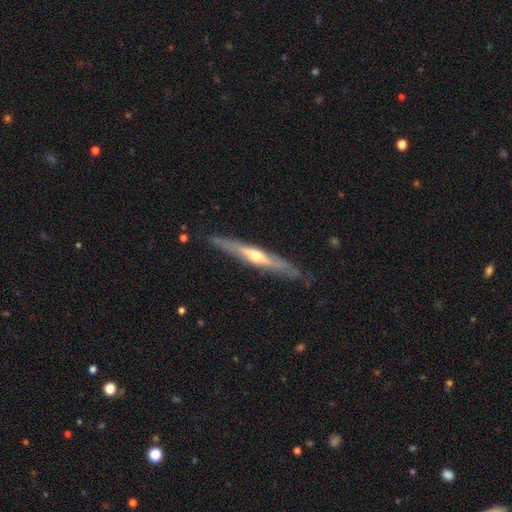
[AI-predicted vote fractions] A featured or disk galaxy (69%) viewed edge-on (92%) with a rounded central bulge (83%). Merging: none (84%).